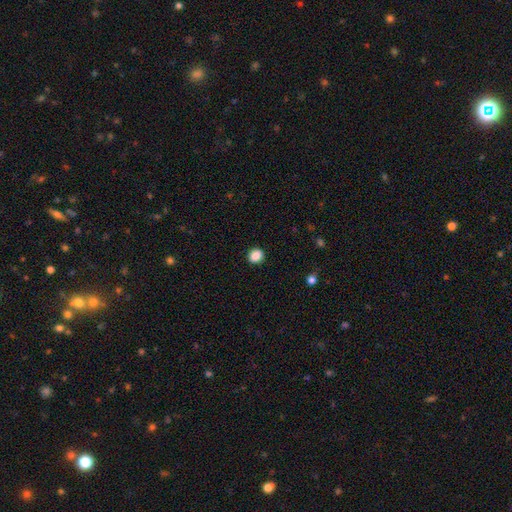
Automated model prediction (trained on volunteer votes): Smooth or featured: smooth — 88% (star or artifact — 10%)
How rounded: round — 75% (in between — 24%)
Merging: none — 91% (minor disturbance — 6%)